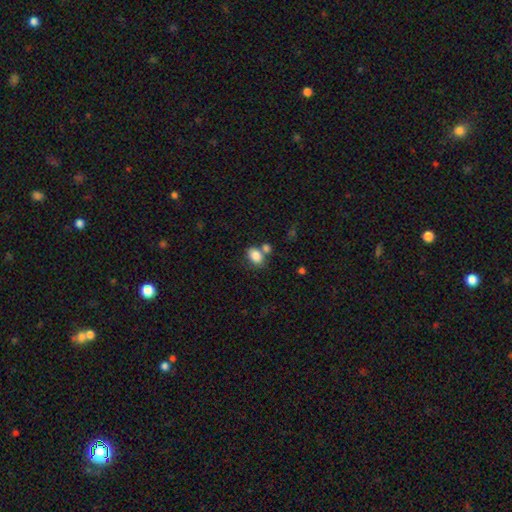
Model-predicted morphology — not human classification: A smooth galaxy with no disk features (84%) that is in between round and cigar-shaped (75%). Merging: none (53%).